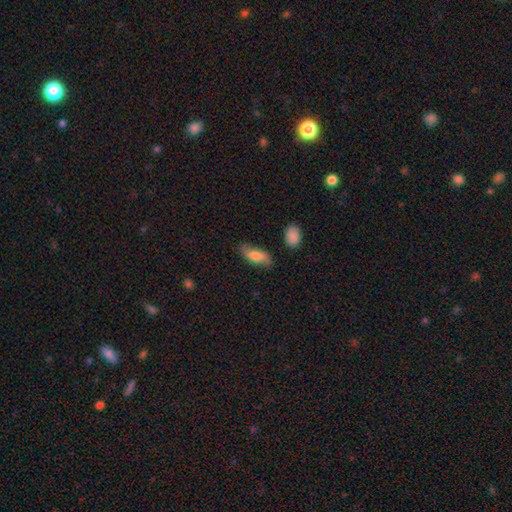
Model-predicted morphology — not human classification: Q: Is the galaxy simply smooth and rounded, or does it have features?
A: smooth — 68%.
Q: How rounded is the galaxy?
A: in between — 78%.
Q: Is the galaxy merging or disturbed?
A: none — 72%.